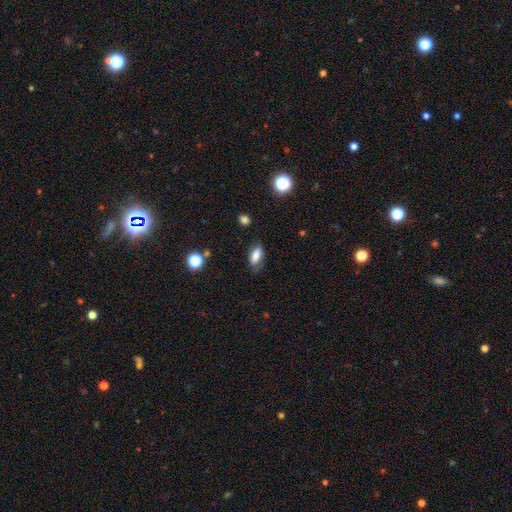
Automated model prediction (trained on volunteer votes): A smooth galaxy with no disk features (80%) that is in between round and cigar-shaped (77%). Merging: none (76%).